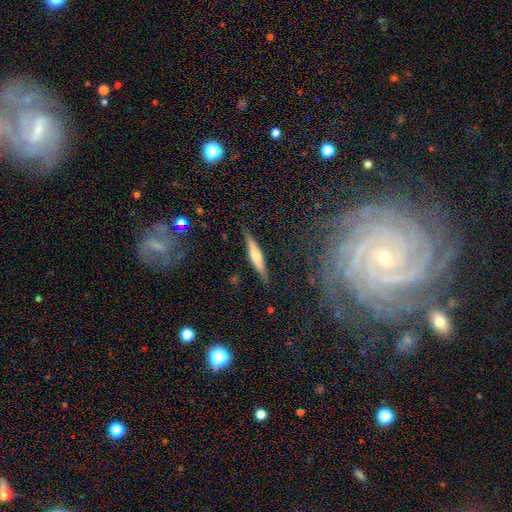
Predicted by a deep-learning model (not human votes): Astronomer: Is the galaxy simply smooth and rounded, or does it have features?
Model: smooth — 48% (runner-up: featured or disk, 46%).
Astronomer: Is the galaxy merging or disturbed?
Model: none — 87%.